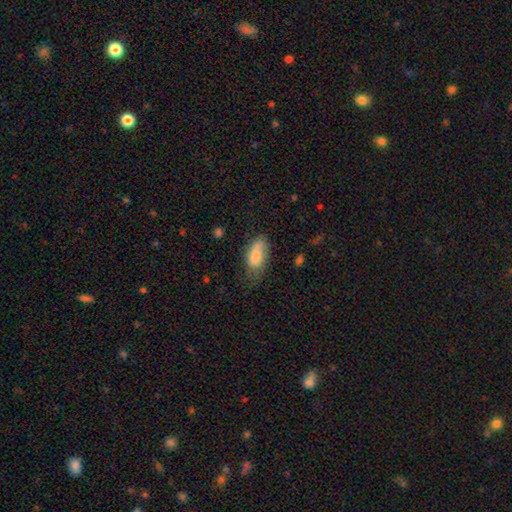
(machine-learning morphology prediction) Smooth or featured: smooth — 77% (featured or disk — 15%)
How rounded: in between — 86% (cigar-shaped — 10%)
Merging: none — 46% (minor disturbance — 32%)